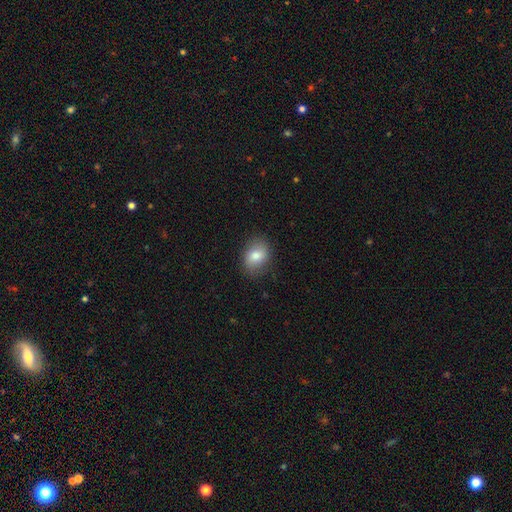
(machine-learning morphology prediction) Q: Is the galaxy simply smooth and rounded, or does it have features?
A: smooth — 79%.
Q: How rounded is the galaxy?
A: in between — 66%.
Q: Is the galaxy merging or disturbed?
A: none — 84%.